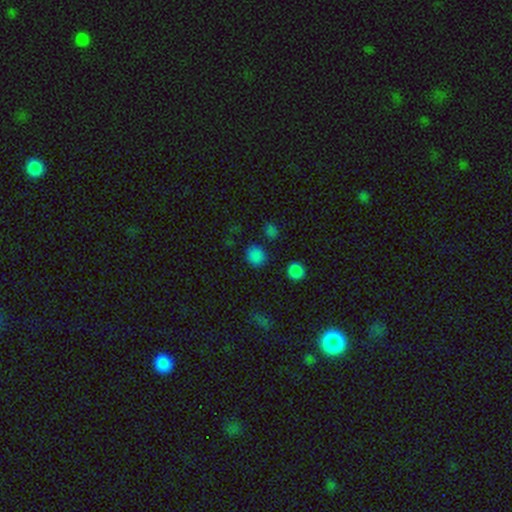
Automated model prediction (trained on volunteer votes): Overall: smooth (77%). How rounded: round (79%). Merging: none (83%).